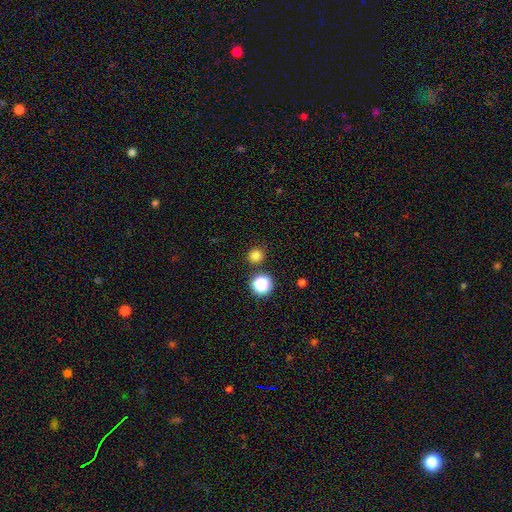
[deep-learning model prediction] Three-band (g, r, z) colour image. It shows a smooth galaxy with no disk features (79%) that is round (91%). Merging: none (86%).